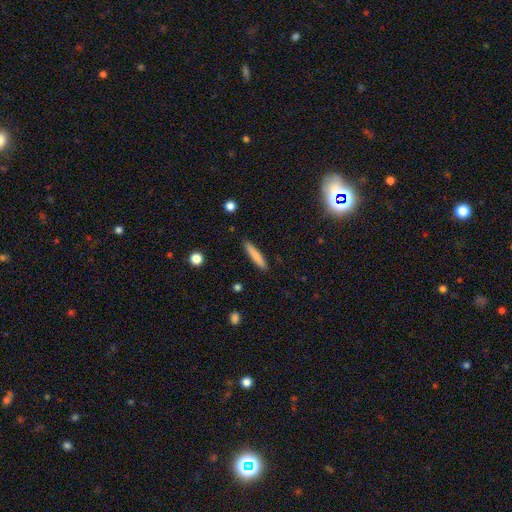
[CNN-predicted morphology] Smooth or featured? smooth (80%)
How rounded? cigar-shaped (91%)
Merging? none (89%)